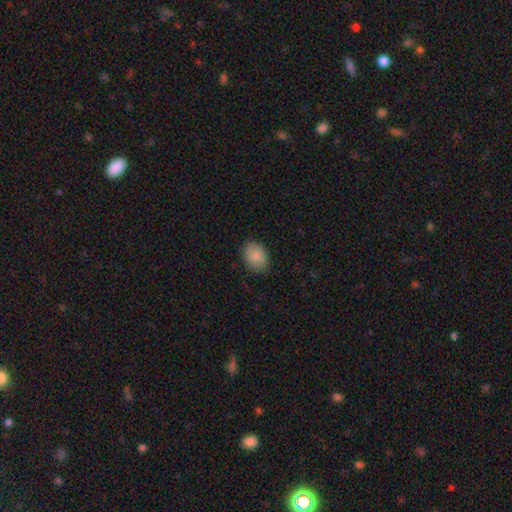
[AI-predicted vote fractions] Smooth or featured?
  - smooth: 88% *
  - star or artifact: 7%
  - featured or disk: 6%
How rounded?
  - in between: 73% *
  - round: 26%
  - cigar-shaped: 1%
Merging?
  - none: 85% *
  - minor disturbance: 11%
  - major disturbance: 3%
  - merger: 1%